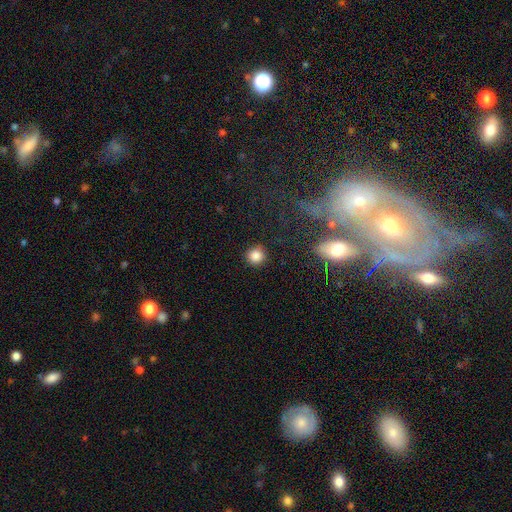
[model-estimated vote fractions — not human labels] Smooth or featured? Predicted: smooth (p=0.85). How rounded? Predicted: round (p=0.93). Merging? Predicted: none (p=0.90).